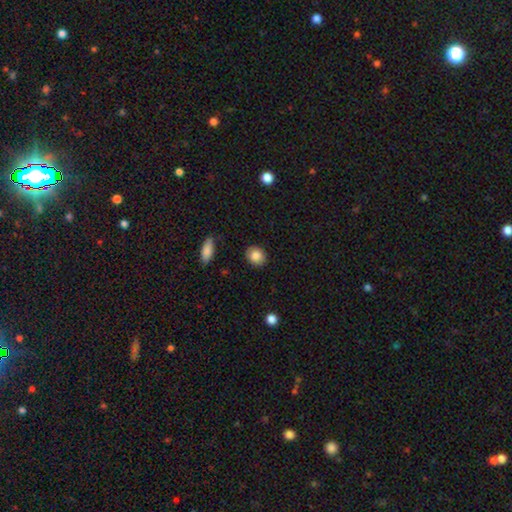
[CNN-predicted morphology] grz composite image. It shows a smooth galaxy with no disk features (85%) that is round (66%). Merging: none (87%).